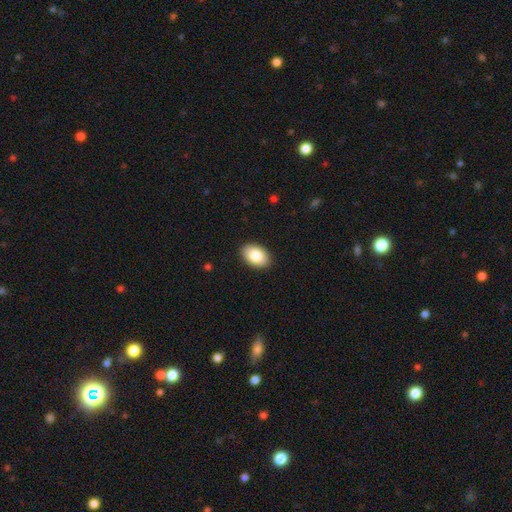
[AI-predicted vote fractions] This appears to be a smooth galaxy with no disk features (85%) that is in between round and cigar-shaped (91%). Merging: none (90%).